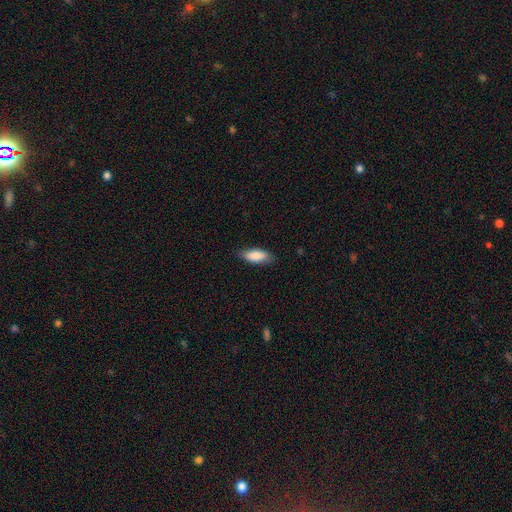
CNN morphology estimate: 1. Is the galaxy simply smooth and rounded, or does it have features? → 86% smooth, 8% featured or disk, 6% star or artifact.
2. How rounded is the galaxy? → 77% in between, 21% cigar-shaped, 2% round.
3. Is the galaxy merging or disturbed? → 84% none, 13% minor disturbance, 2% major disturbance, 1% merger.